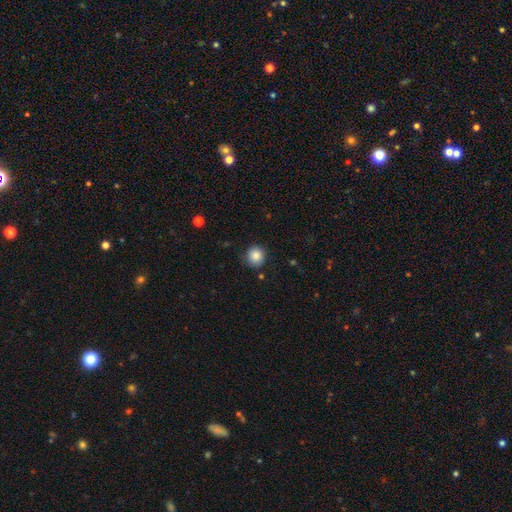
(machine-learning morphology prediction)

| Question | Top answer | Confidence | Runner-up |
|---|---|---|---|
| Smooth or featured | smooth | 86% | star or artifact (10%) |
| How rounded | round | 91% | in between (8%) |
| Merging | none | 85% | minor disturbance (10%) |